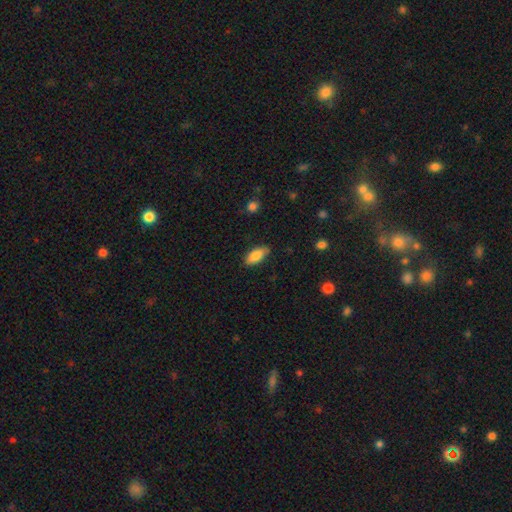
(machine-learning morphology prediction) Smooth or featured?
  - smooth: 86% *
  - featured or disk: 8%
  - star or artifact: 6%
How rounded?
  - in between: 86% *
  - cigar-shaped: 12%
  - round: 2%
Merging?
  - none: 81% *
  - minor disturbance: 15%
  - major disturbance: 3%
  - merger: 1%